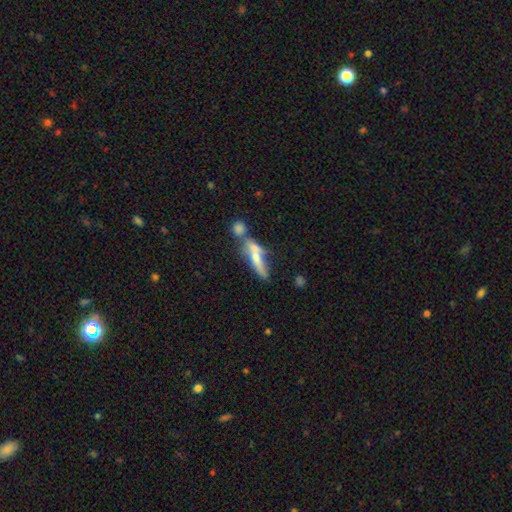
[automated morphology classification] Overall: featured or disk (46%; smooth 45%). Merging: merger (41%; none 35%).